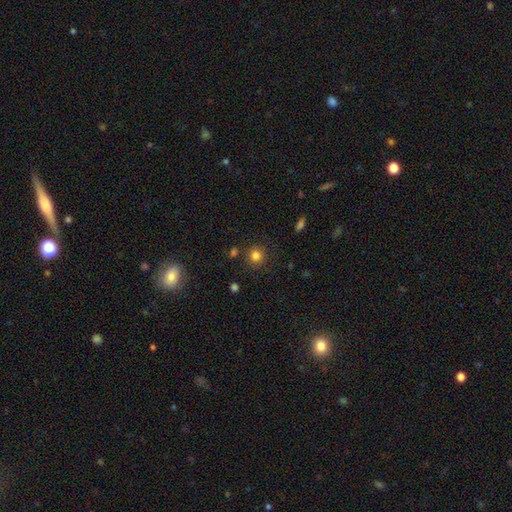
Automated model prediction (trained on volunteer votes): Smooth or featured? Predicted: smooth (p=0.82). How rounded? Predicted: round (p=0.90). Merging? Predicted: none (p=0.83).